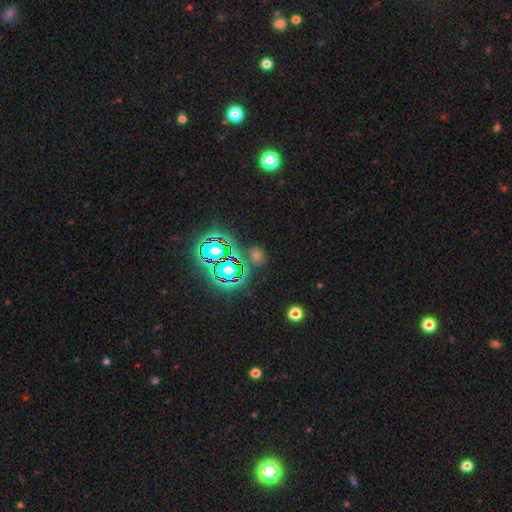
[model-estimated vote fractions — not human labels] A star or artifact, not a galaxy (60%).

Vote fractions:
- Smooth or featured? star or artifact: 60% / smooth: 30% / featured or disk: 10%